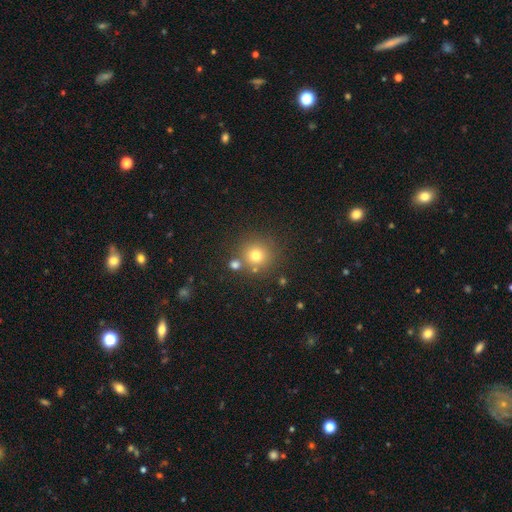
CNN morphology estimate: smooth 74%, star or artifact 16%, featured or disk 10%. Down the decision tree: how rounded — round (92%); merging — none (76%).